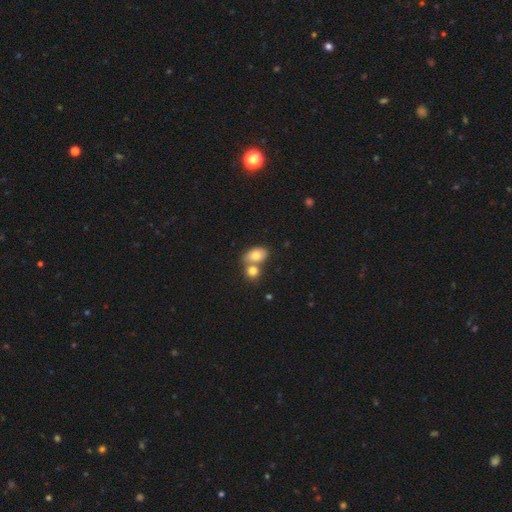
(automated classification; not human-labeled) This is likely a smooth galaxy (78%). How rounded: likely in between (78%). Merging: possibly merger (53%).